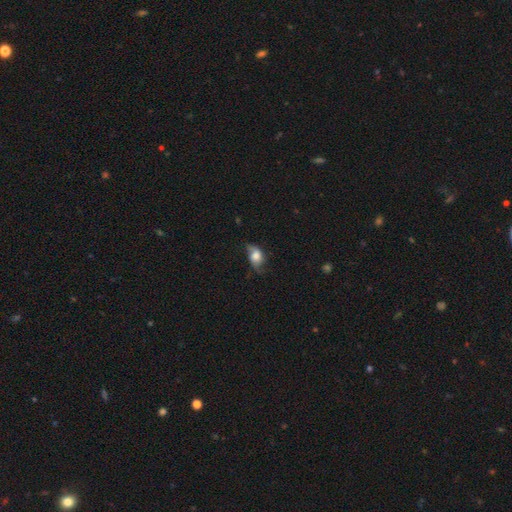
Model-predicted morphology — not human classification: A smooth galaxy with no disk features (52%) that is in between round and cigar-shaped (73%). Merging: none (48%).